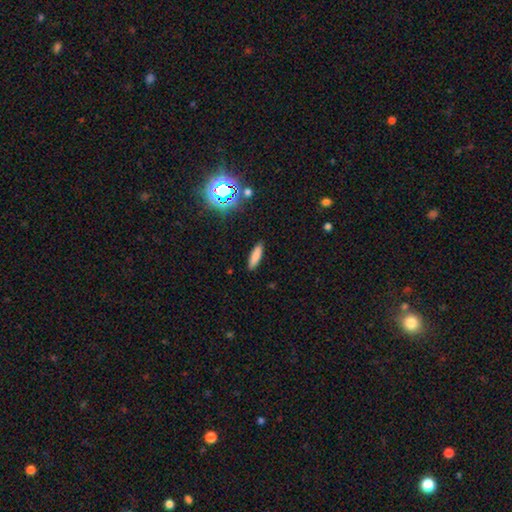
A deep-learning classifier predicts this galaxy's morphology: smooth 80%, star or artifact 12%, featured or disk 8%. Down the decision tree: how rounded — cigar-shaped (61%); merging — none (90%).